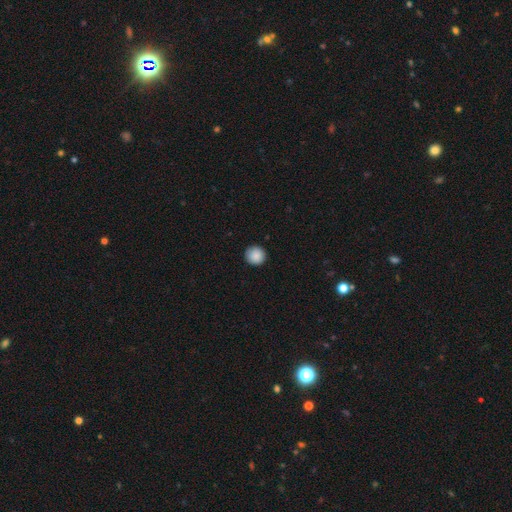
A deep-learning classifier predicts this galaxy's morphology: This appears to be a smooth galaxy with no disk features (89%) that is round (95%). Merging: none (91%).